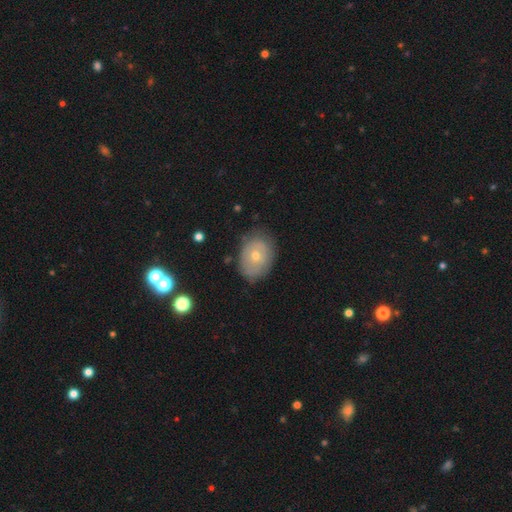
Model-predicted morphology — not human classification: The model was most divided on "smooth or featured": smooth: 51%, featured or disk: 39%, star or artifact: 10%. More confident: merging — none (77%); how rounded — in between (65%).